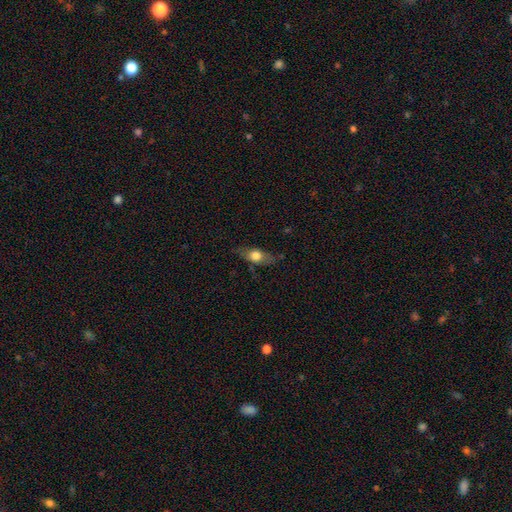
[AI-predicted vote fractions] smooth_or_featured: smooth (p=0.62) [alt: featured or disk p=0.31]
how_rounded: in between (p=0.68) [alt: cigar-shaped p=0.22]
merging: none (p=0.75) [alt: minor disturbance p=0.18]